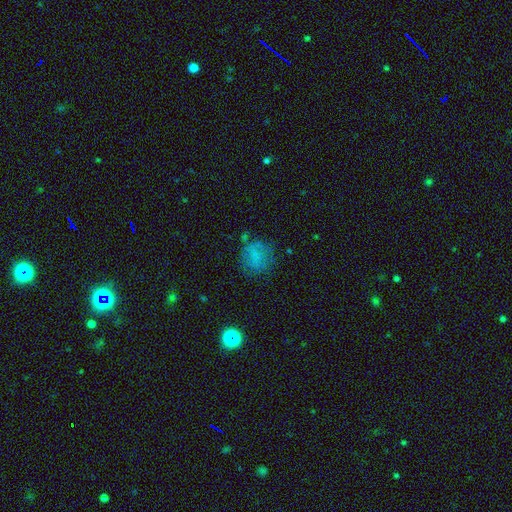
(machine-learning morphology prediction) The model was most divided on "merging": none: 66%, minor disturbance: 20%, major disturbance: 11%, merger: 3%. More confident: how rounded — round (79%); smooth or featured — smooth (67%).